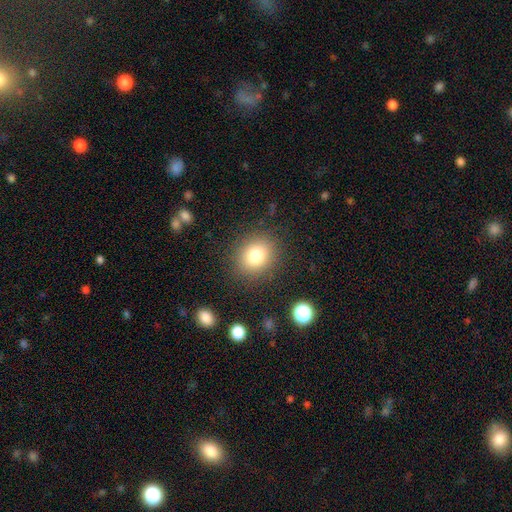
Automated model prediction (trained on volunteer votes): smooth 80%, star or artifact 12%, featured or disk 8%. Down the decision tree: how rounded — round (69%); merging — none (86%).